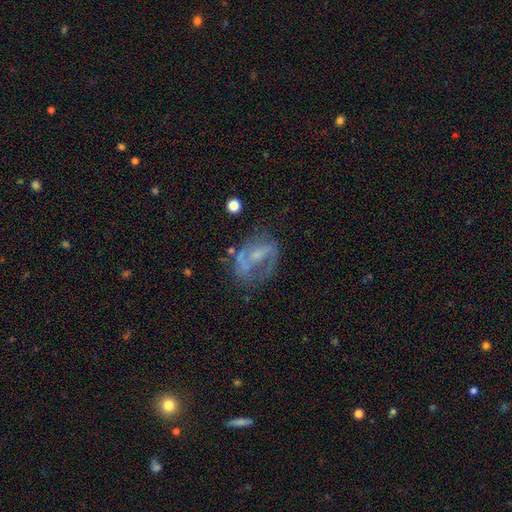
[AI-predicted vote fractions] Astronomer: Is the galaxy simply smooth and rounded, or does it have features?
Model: featured or disk — 70%.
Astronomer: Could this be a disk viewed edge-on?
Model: no — 96%.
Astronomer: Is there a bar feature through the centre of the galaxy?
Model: weak — 41% (runner-up: no, 39%).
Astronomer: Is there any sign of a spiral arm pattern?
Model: yes — 70%.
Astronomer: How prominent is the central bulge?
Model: small — 48% (runner-up: moderate, 30%).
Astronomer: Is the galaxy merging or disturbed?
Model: none — 56%.